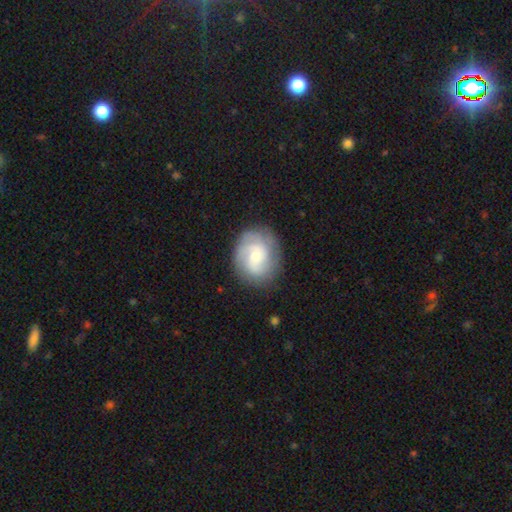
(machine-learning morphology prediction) This appears to be a featured or disk galaxy (67%) with no bar (61%), 2 (38%) tight (48%) spiral arms (93%) and a small central bulge (50%). Merging: none (80%).